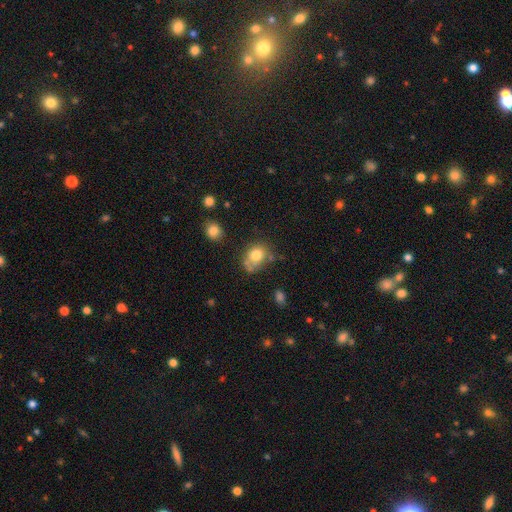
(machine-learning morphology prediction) Smooth or featured: smooth — 76% (featured or disk — 14%)
How rounded: in between — 52% (round — 47%)
Merging: none — 50% (minor disturbance — 24%)